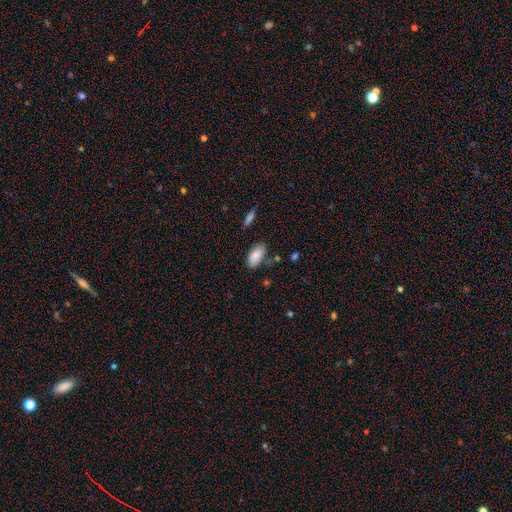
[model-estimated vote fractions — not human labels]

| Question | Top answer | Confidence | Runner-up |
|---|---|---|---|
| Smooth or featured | smooth | 85% | featured or disk (8%) |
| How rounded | in between | 94% | cigar-shaped (4%) |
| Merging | none | 72% | minor disturbance (20%) |